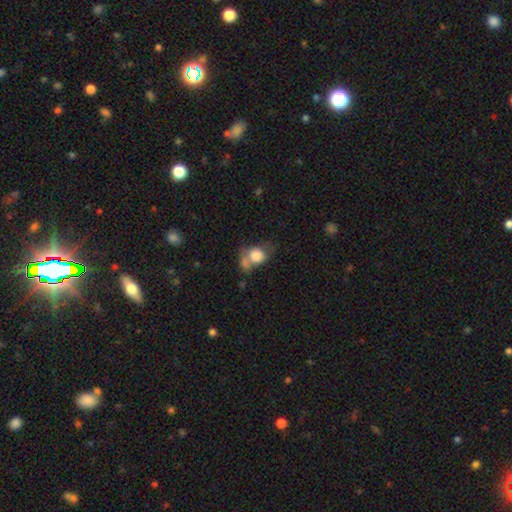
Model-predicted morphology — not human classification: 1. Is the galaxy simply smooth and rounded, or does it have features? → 78% smooth, 13% featured or disk, 9% star or artifact.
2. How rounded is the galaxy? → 60% round, 38% in between, 1% cigar-shaped.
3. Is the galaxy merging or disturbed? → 41% merger, 28% none, 16% minor disturbance, 15% major disturbance.